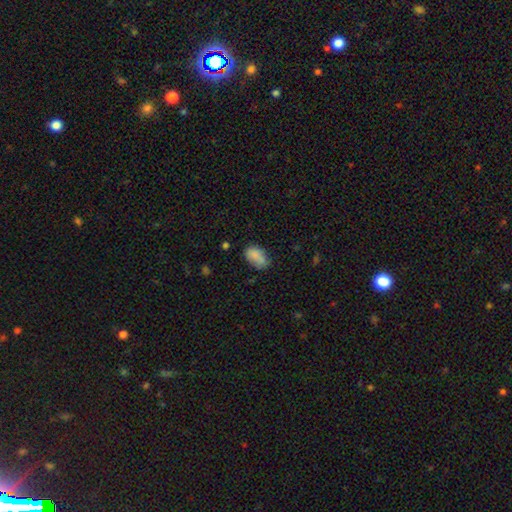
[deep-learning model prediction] Overall: smooth (83%). How rounded: in between (90%). Merging: none (60%; minor disturbance 27%).